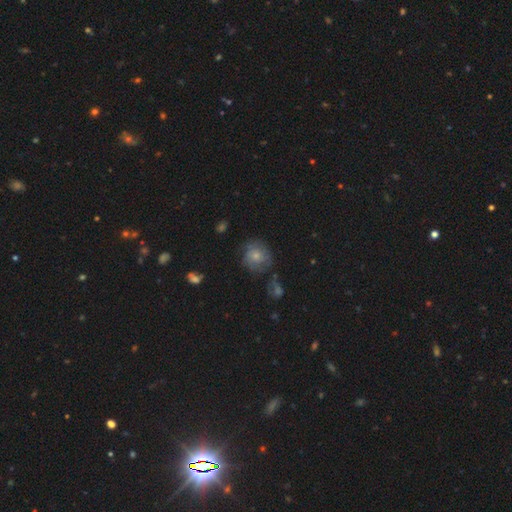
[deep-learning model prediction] Smooth or featured?
  - smooth: 50% *
  - featured or disk: 41%
  - star or artifact: 9%
How rounded?
  - round: 79% *
  - in between: 20%
  - cigar-shaped: 1%
Merging?
  - none: 58% *
  - minor disturbance: 24%
  - major disturbance: 14%
  - merger: 3%